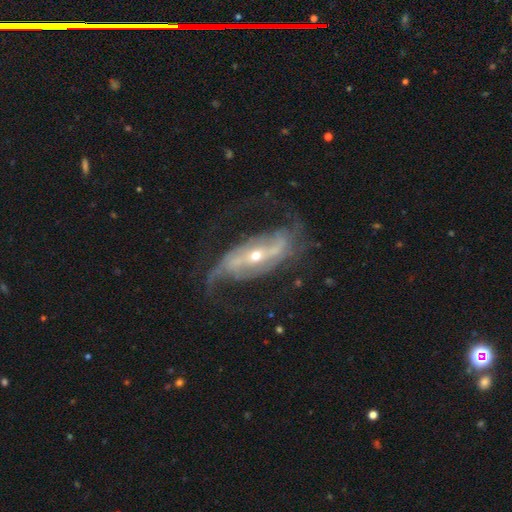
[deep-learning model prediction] A featured or disk galaxy (88%) with a strong bar (54%), 2 (80%) loose (52%) spiral arms (95%) and a small central bulge (60%).

Vote fractions:
- Smooth or featured? featured or disk: 88% / star or artifact: 6% / smooth: 6%
- Edge-on disk? no: 91% / yes: 9%
- Bar? strong: 54% / weak: 26% / no: 20%
- Spiral arms? yes: 95% / no: 5%
- Spiral winding? loose: 52% / medium: 34% / tight: 13%
- Spiral arm count? 2: 80% / can't tell: 7% / 3: 5% / 1: 3% / 4: 2% / more than 4: 2%
- Bulge size? small: 60% / moderate: 36% / large: 2% / dominant: 1% / none: 1%
- Merging? none: 62% / major disturbance: 18% / minor disturbance: 17% / merger: 2%